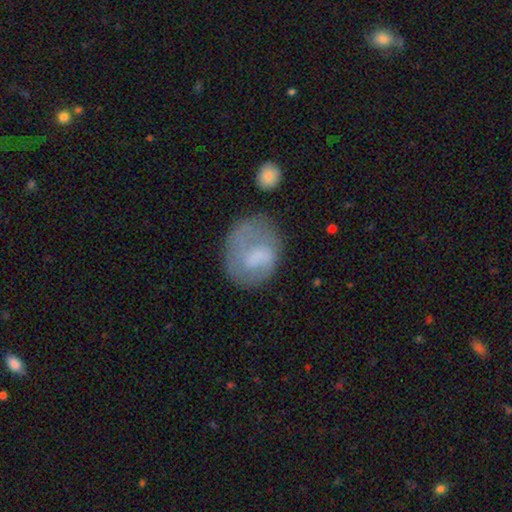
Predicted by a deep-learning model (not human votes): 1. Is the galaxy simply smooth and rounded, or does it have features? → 54% smooth, 38% featured or disk, 8% star or artifact.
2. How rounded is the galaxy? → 56% in between, 43% round, 1% cigar-shaped.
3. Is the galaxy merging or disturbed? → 45% none, 27% minor disturbance, 24% major disturbance, 4% merger.